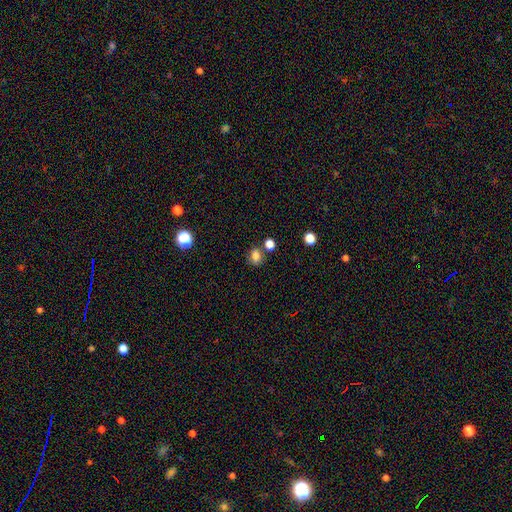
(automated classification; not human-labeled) Smooth or featured: smooth — 80% (star or artifact — 14%)
How rounded: round — 50% (in between — 49%)
Merging: none — 69% (merger — 14%)